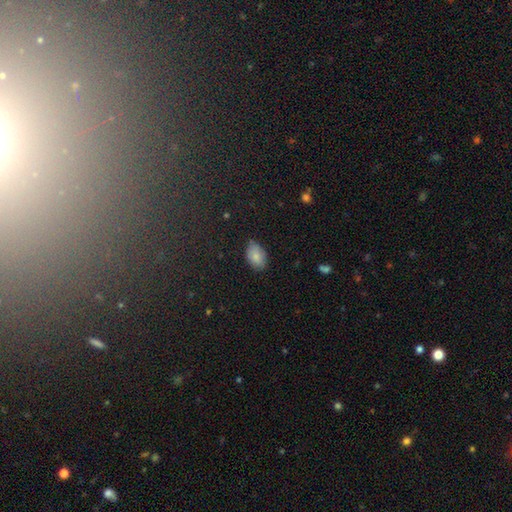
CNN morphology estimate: A smooth galaxy with no disk features (83%) that is in between round and cigar-shaped (89%). Merging: none (77%).